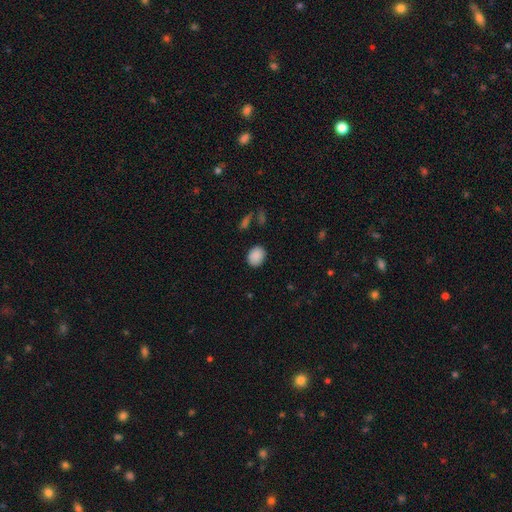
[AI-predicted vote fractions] This is clearly a smooth galaxy (89%). How rounded: possibly round (50%). Merging: clearly none (87%).